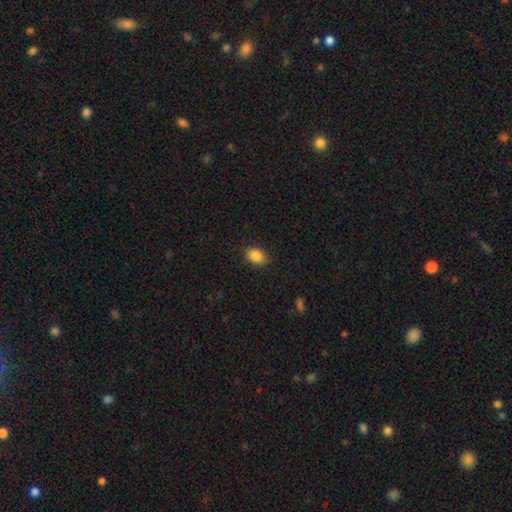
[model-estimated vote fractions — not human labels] smooth-or-featured: smooth: 86% | star or artifact: 9% | featured or disk: 5%
  how-rounded: in between: 74% | round: 24% | cigar-shaped: 1%
  merging: none: 85% | minor disturbance: 11% | major disturbance: 3% | merger: 1%